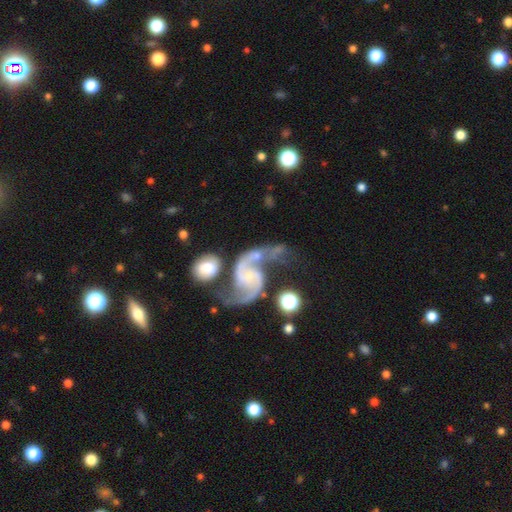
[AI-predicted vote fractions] Overall: featured or disk (91%). Edge-on disk: no (98%). Bar: no (57%; weak 34%). Spiral arms: yes (97%). Spiral arm count: 2 (94%). Spiral winding: loose (69%). Bulge size: small (70%). Merging: none (39%; merger 26%).